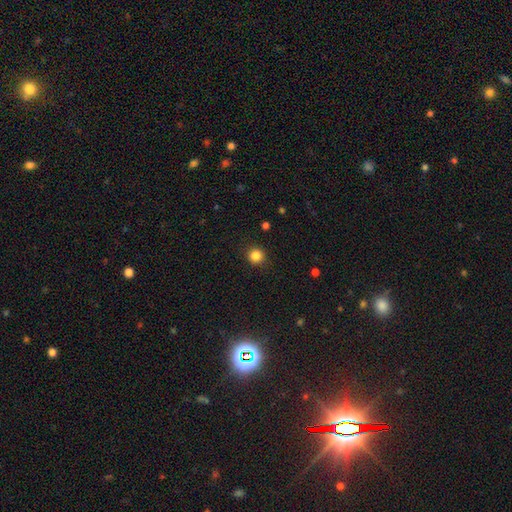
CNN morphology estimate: This appears to be a smooth galaxy with no disk features (85%) that is round (93%). Merging: none (90%).